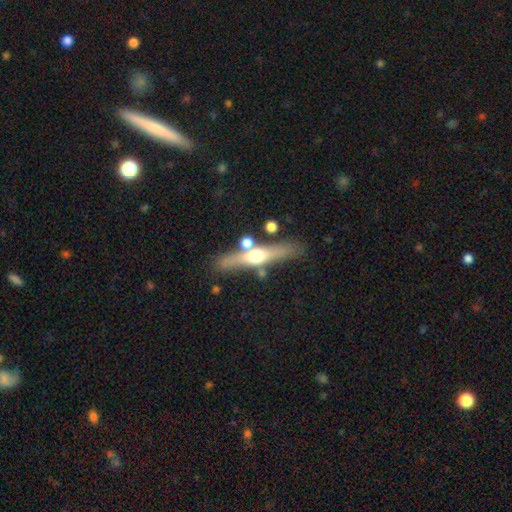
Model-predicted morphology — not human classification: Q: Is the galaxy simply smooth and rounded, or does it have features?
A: featured or disk — 64%.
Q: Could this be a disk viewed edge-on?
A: yes — 93%.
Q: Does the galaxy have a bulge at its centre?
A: rounded — 94%.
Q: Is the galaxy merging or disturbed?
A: none — 74%.